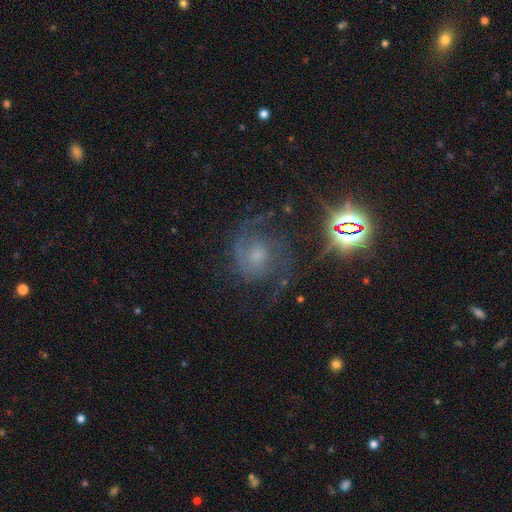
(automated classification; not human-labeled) Smooth or featured? Predicted: featured or disk (p=0.66). Edge-on disk? Predicted: no (p=0.97). Bar? Predicted: no (p=0.69). Spiral arms? Predicted: yes (p=0.92). Spiral winding? Predicted: medium (p=0.48). Spiral arm count? Predicted: 2 (p=0.52). Bulge size? Predicted: moderate (p=0.41). Merging? Predicted: none (p=0.58).